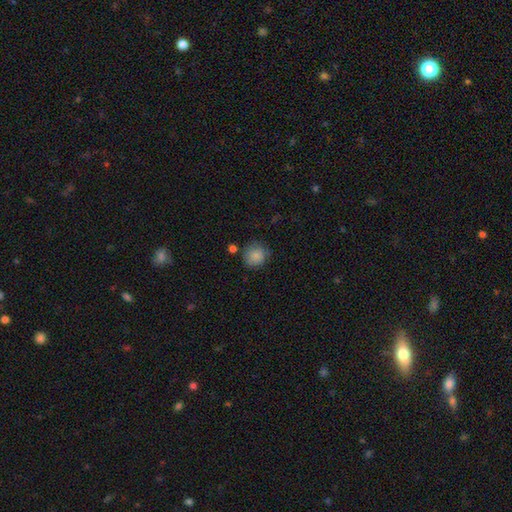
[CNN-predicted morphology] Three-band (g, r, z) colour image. It shows a smooth galaxy with no disk features (87%) that is round (89%). Merging: none (75%).